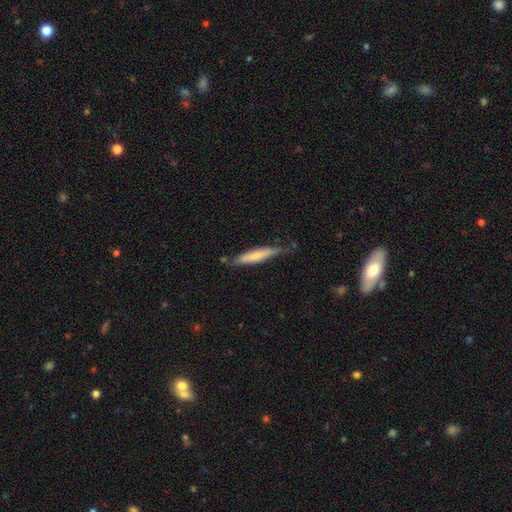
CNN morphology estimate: Smooth or featured?
  - smooth: 65% *
  - featured or disk: 30%
  - star or artifact: 6%
How rounded?
  - cigar-shaped: 89% *
  - in between: 10%
  - round: 1%
Merging?
  - none: 72% *
  - minor disturbance: 21%
  - major disturbance: 4%
  - merger: 3%